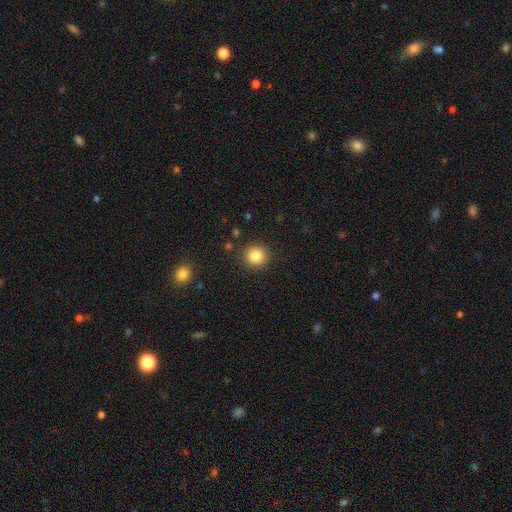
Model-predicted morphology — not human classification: A smooth galaxy with no disk features (85%) that is round (90%).

Vote fractions:
- Smooth or featured? smooth: 85% / star or artifact: 10% / featured or disk: 5%
- How rounded? round: 90% / in between: 9% / cigar-shaped: 1%
- Merging? none: 90% / minor disturbance: 6% / major disturbance: 2% / merger: 1%